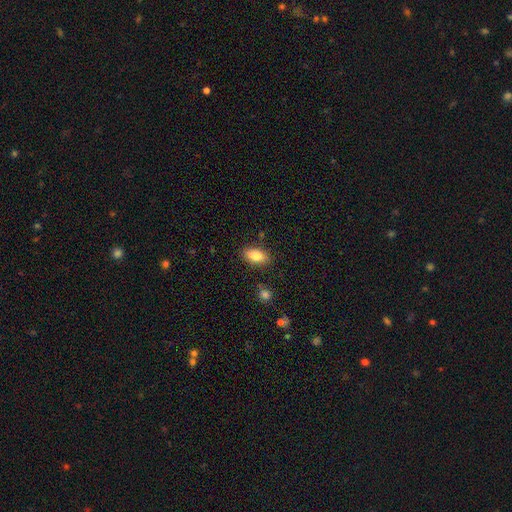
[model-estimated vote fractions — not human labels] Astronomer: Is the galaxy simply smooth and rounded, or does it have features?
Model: smooth — 82%.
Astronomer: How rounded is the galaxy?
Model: in between — 89%.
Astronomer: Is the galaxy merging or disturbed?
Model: none — 84%.